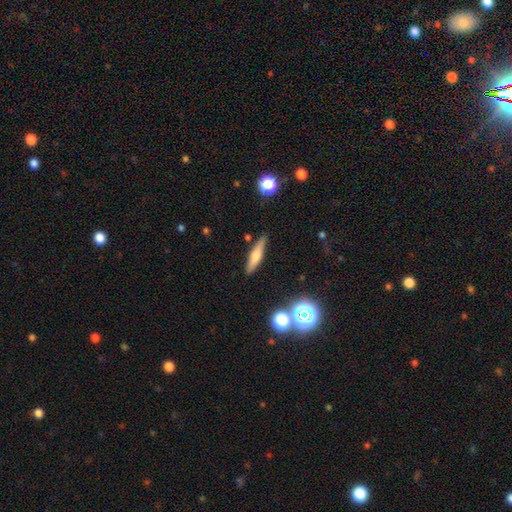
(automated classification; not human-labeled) This appears to be a smooth galaxy with no disk features (47%). Merging: none (86%).